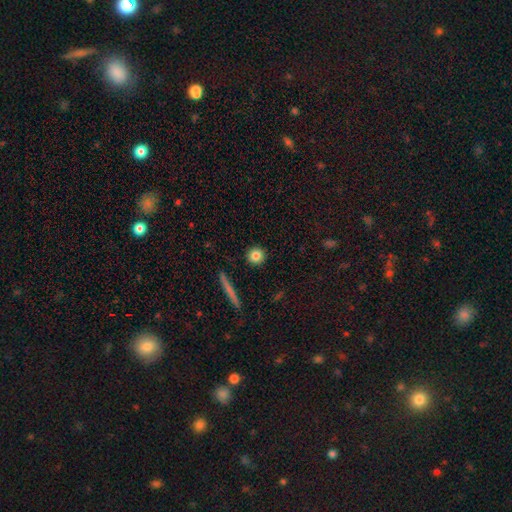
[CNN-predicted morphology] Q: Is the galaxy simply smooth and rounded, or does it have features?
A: smooth — 83%.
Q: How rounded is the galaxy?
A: round — 92%.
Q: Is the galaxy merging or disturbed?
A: none — 91%.